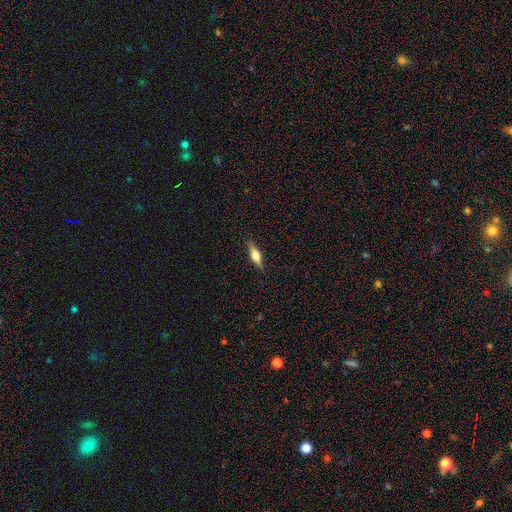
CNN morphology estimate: smooth_or_featured: featured or disk (p=0.51) [alt: smooth p=0.42]
disk_edge_on: yes (p=0.94) [alt: no p=0.06]
merging: none (p=0.85) [alt: minor disturbance p=0.11]